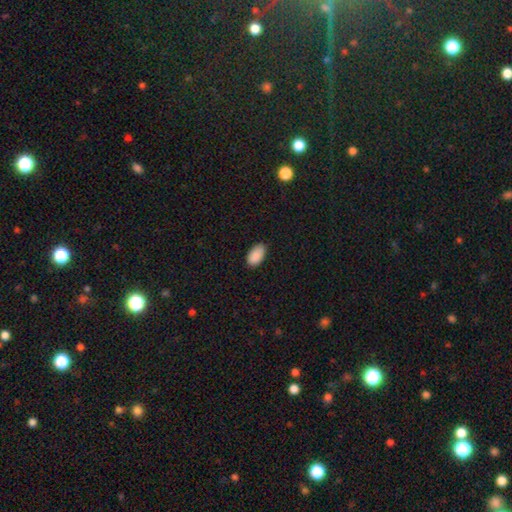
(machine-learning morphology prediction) type=smooth (90%); roundness=in between (95%); merging=none (82%).